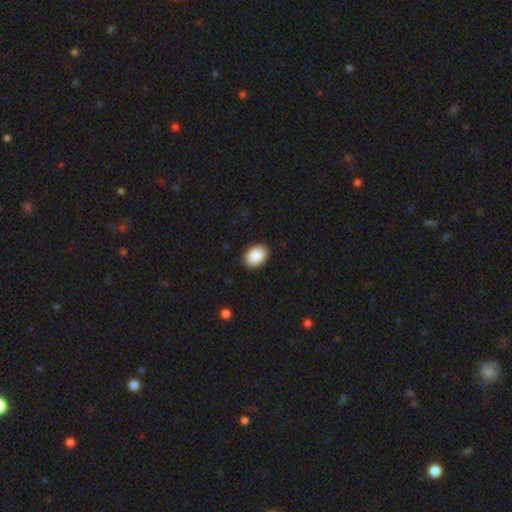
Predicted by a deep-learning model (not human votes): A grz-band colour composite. It shows a smooth galaxy with no disk features (90%) that is in between round and cigar-shaped (81%). Merging: none (90%).